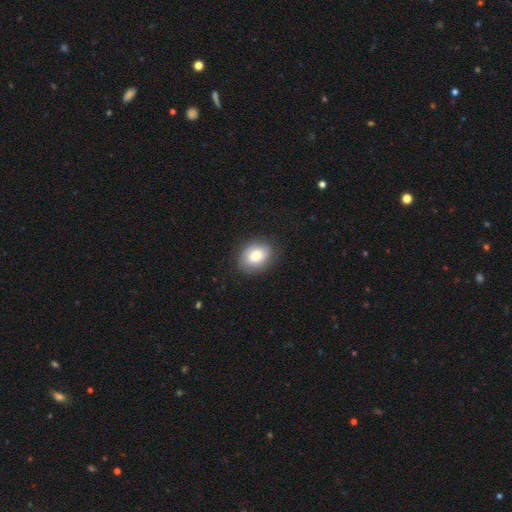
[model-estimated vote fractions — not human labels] A smooth galaxy with no disk features (78%) that is in between round and cigar-shaped (63%).

Vote fractions:
- Smooth or featured? smooth: 78% / featured or disk: 15% / star or artifact: 8%
- How rounded? in between: 63% / round: 36% / cigar-shaped: 1%
- Merging? none: 84% / minor disturbance: 11% / major disturbance: 3% / merger: 1%